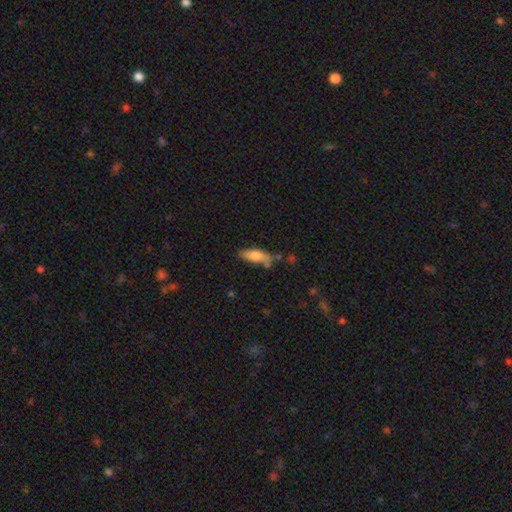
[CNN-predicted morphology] A smooth galaxy with no disk features (75%) that is in between round and cigar-shaped (69%). Merging: none (52%).